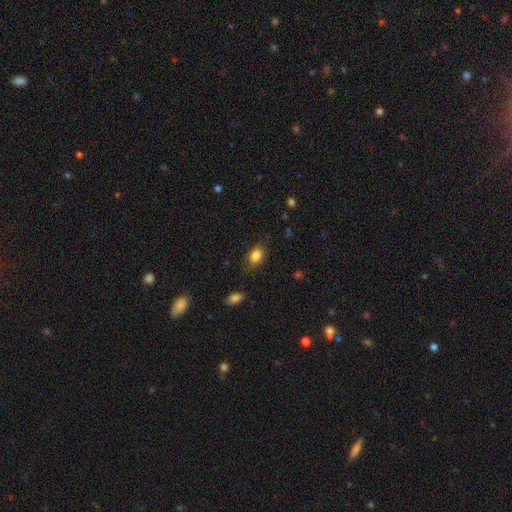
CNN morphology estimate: Smooth or featured: smooth — 84% (star or artifact — 9%)
How rounded: in between — 75% (round — 23%)
Merging: none — 76% (minor disturbance — 18%)